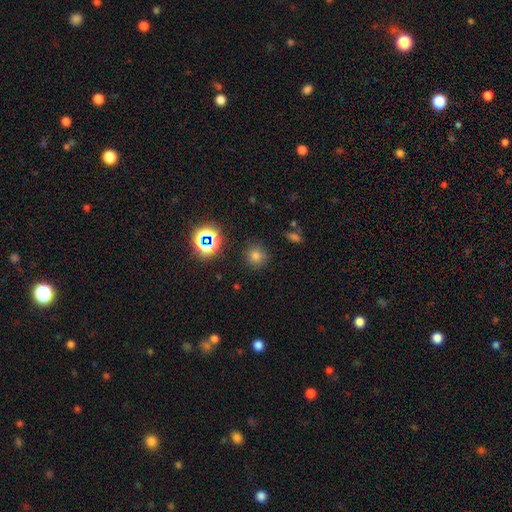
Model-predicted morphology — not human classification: This appears to be a smooth galaxy with no disk features (69%) that is round (93%). Merging: none (87%).